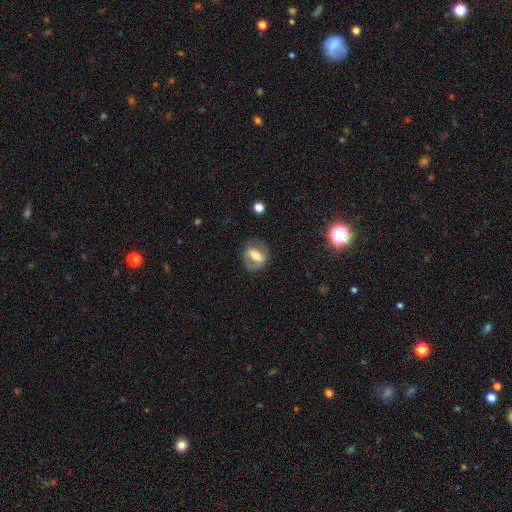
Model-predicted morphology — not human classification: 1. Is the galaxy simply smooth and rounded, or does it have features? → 52% featured or disk, 40% smooth, 8% star or artifact.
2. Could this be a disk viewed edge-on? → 90% no, 10% yes.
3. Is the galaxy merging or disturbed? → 74% none, 16% minor disturbance, 8% major disturbance, 1% merger.